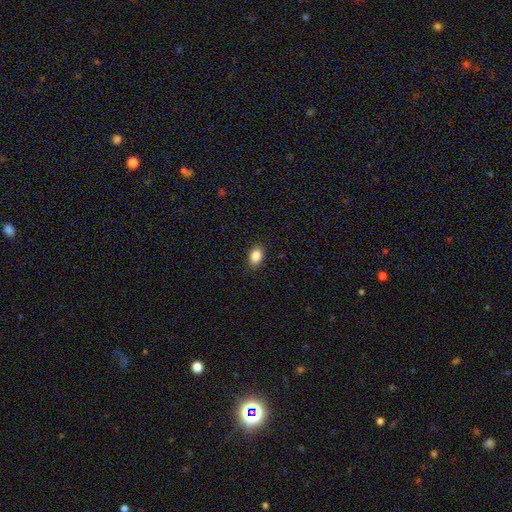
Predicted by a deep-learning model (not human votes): Smooth or featured?
  - smooth: 87% *
  - star or artifact: 8%
  - featured or disk: 4%
How rounded?
  - in between: 83% *
  - round: 16%
  - cigar-shaped: 1%
Merging?
  - none: 88% *
  - minor disturbance: 9%
  - major disturbance: 2%
  - merger: 1%